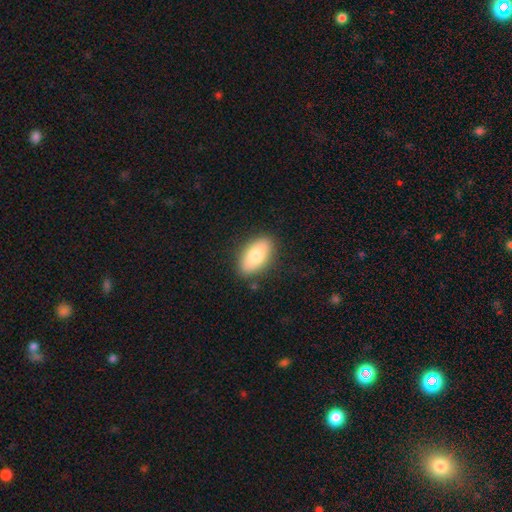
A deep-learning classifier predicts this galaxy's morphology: A smooth galaxy with no disk features (77%) that is in between round and cigar-shaped (92%).

Vote fractions:
- Smooth or featured? smooth: 77% / featured or disk: 17% / star or artifact: 6%
- How rounded? in between: 92% / round: 4% / cigar-shaped: 4%
- Merging? none: 85% / minor disturbance: 11% / major disturbance: 3% / merger: 2%